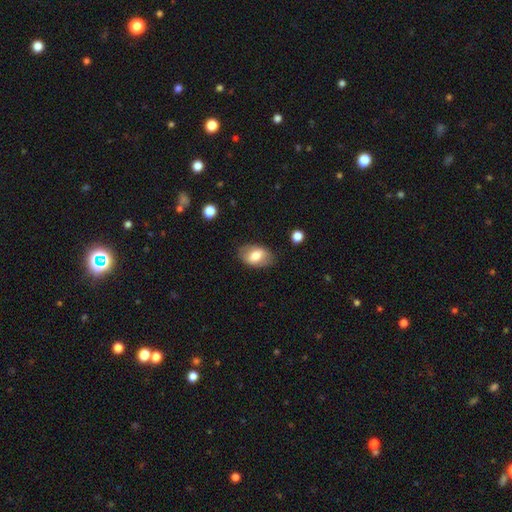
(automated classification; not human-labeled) smooth-or-featured: smooth: 71% | featured or disk: 22% | star or artifact: 7%
  how-rounded: in between: 89% | round: 10% | cigar-shaped: 1%
  merging: none: 79% | minor disturbance: 15% | major disturbance: 4% | merger: 1%